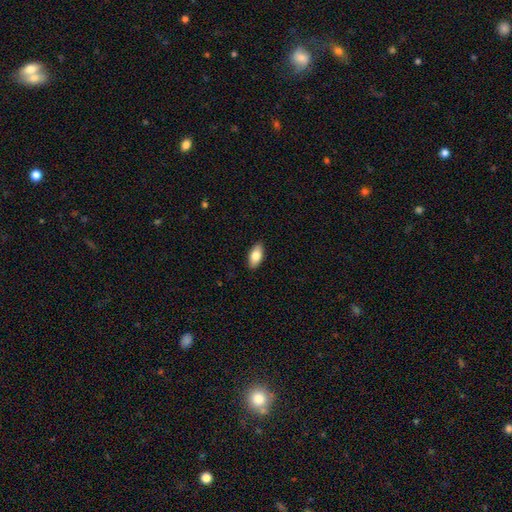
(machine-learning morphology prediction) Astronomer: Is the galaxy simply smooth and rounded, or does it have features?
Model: smooth — 81%.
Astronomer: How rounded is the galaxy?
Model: in between — 91%.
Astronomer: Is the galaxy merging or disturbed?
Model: none — 90%.